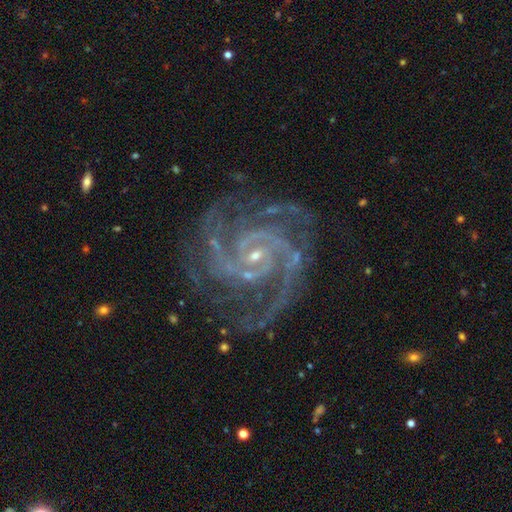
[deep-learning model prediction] Q: Smooth or featured?
A: featured or disk (93%); runner-up: star or artifact (5%)
Q: Edge-on disk?
A: no (98%); runner-up: yes (2%)
Q: Bar?
A: no (48%); runner-up: weak (37%)
Q: Spiral arms?
A: yes (99%); runner-up: no (1%)
Q: Spiral winding?
A: tight (64%); runner-up: medium (33%)
Q: Spiral arm count?
A: 2 (41%); runner-up: 3 (23%)
Q: Bulge size?
A: small (76%); runner-up: moderate (20%)
Q: Merging?
A: none (74%); runner-up: minor disturbance (17%)